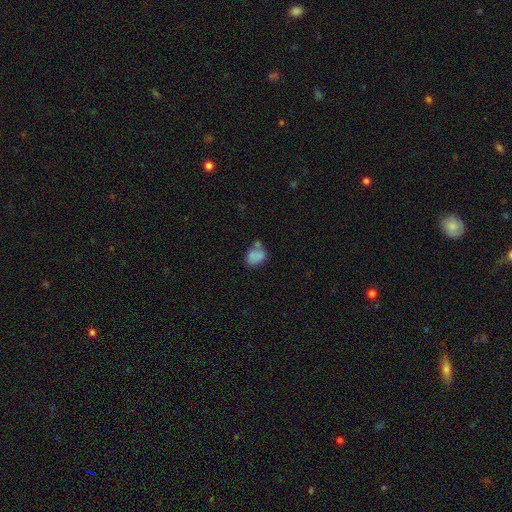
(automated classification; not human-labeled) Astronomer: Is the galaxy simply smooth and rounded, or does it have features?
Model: smooth — 79%.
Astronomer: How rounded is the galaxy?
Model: in between — 59% (runner-up: round, 39%).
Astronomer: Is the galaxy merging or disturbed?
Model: none — 46% (runner-up: merger, 26%).